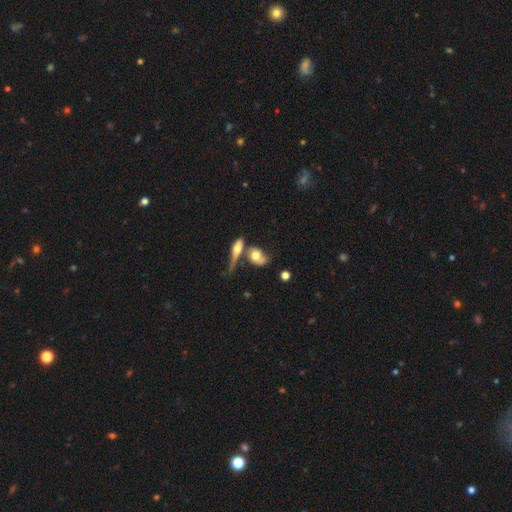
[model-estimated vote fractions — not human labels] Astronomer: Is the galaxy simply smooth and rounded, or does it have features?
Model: smooth — 56% (runner-up: featured or disk, 36%).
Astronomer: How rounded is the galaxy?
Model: in between — 62%.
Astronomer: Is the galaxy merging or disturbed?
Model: merger — 45% (runner-up: none, 28%).